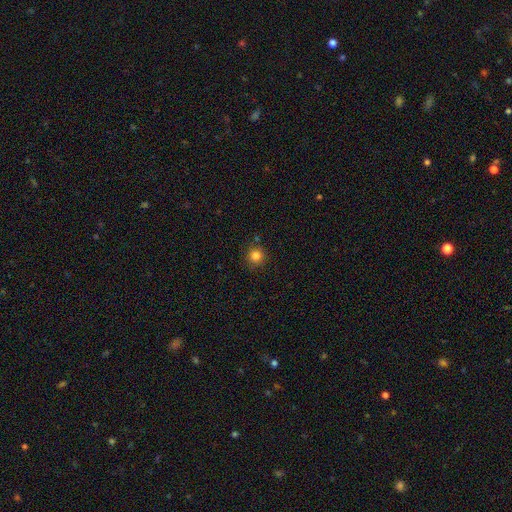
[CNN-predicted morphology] This appears to be a smooth galaxy with no disk features (82%) that is round (94%). Merging: none (86%).